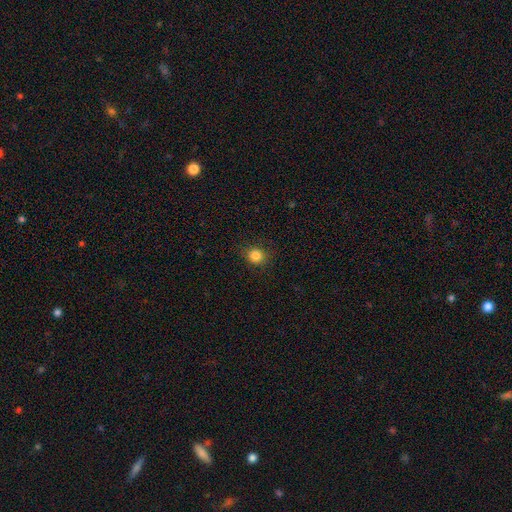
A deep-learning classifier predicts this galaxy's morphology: Q: Smooth or featured?
A: smooth (84%); runner-up: star or artifact (12%)
Q: How rounded?
A: round (86%); runner-up: in between (13%)
Q: Merging?
A: none (88%); runner-up: minor disturbance (9%)